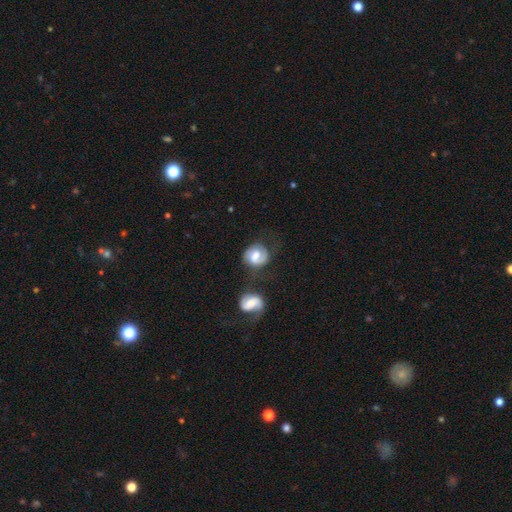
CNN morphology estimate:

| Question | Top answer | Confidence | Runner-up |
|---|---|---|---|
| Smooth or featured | featured or disk | 57% | smooth (37%) |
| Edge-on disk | no | 97% | yes (3%) |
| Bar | weak | 43% | no (42%) |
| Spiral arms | yes | 82% | no (18%) |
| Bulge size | moderate | 66% | large (20%) |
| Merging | none | 53% | minor disturbance (19%) |